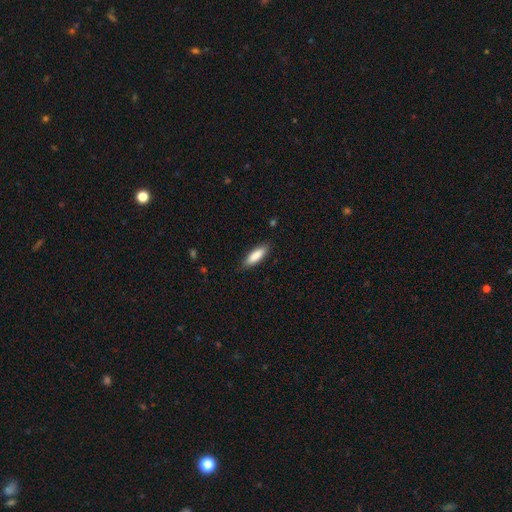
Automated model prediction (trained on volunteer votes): Smooth or featured?
  - smooth: 85% *
  - featured or disk: 10%
  - star or artifact: 6%
How rounded?
  - cigar-shaped: 50% *
  - in between: 49%
  - round: 1%
Merging?
  - none: 86% *
  - minor disturbance: 11%
  - major disturbance: 2%
  - merger: 1%